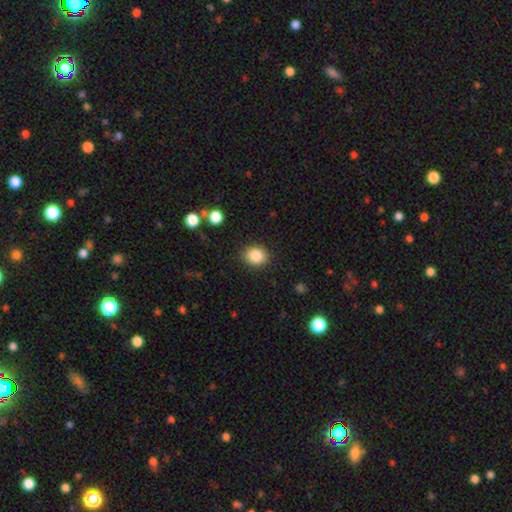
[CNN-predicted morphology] This appears to be a smooth galaxy with no disk features (85%) that is round (71%). Merging: none (88%).